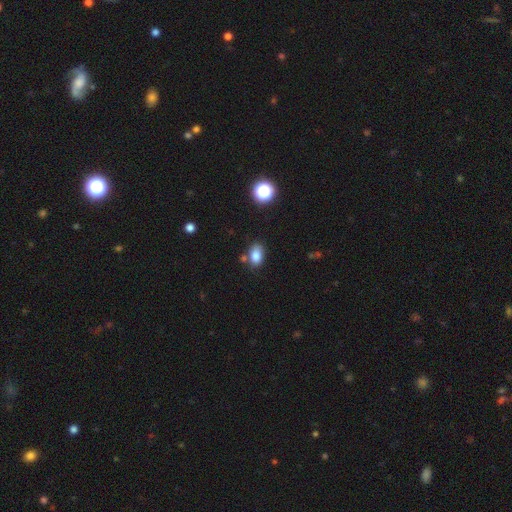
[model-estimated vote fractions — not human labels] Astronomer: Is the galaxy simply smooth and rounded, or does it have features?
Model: smooth — 82%.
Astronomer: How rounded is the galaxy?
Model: in between — 84%.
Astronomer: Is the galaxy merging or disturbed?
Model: none — 72%.